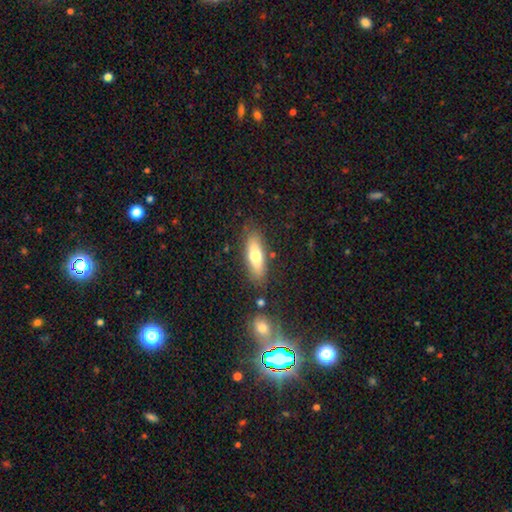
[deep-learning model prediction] Smooth or featured?
  - smooth: 68% *
  - featured or disk: 25%
  - star or artifact: 7%
How rounded?
  - in between: 53% *
  - cigar-shaped: 45%
  - round: 2%
Merging?
  - none: 80% *
  - minor disturbance: 13%
  - merger: 4%
  - major disturbance: 4%